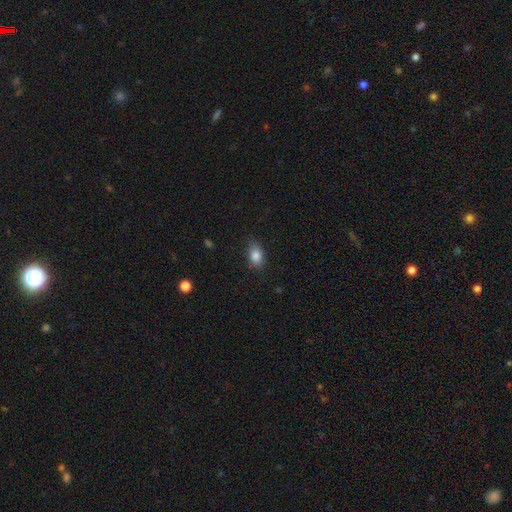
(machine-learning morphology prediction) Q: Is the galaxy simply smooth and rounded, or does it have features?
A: smooth — 85%.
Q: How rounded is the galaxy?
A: in between — 80%.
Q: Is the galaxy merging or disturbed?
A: none — 72%.